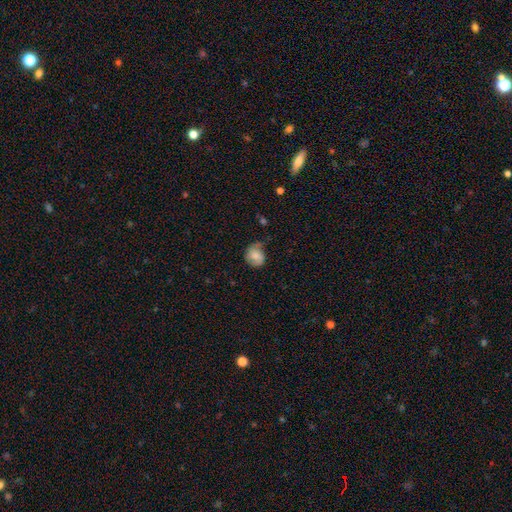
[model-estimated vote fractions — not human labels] A smooth galaxy with no disk features (68%) that is round (67%). Merging: none (45%).